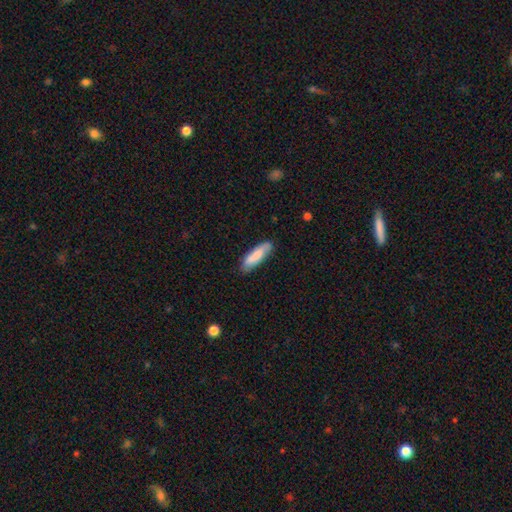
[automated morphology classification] Smooth or featured: smooth — 80% (featured or disk — 15%)
How rounded: cigar-shaped — 60% (in between — 39%)
Merging: none — 80% (minor disturbance — 16%)